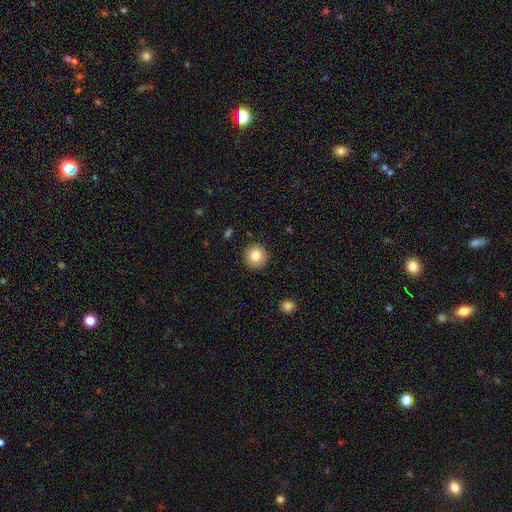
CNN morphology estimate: This is clearly a smooth galaxy (82%). How rounded: clearly round (95%). Merging: clearly none (91%).